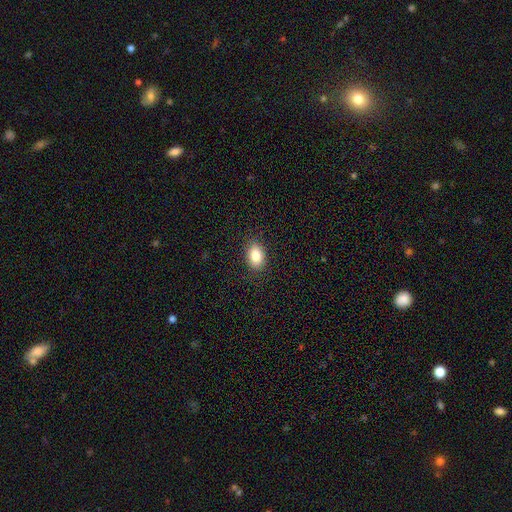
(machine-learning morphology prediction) Q: Smooth or featured?
A: smooth (83%); runner-up: star or artifact (9%)
Q: How rounded?
A: in between (82%); runner-up: round (17%)
Q: Merging?
A: none (88%); runner-up: minor disturbance (9%)